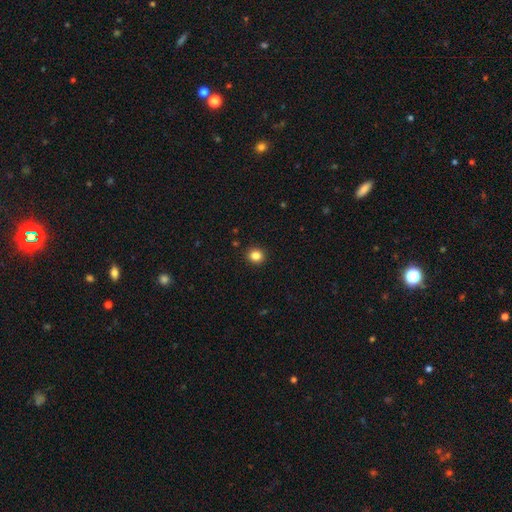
Smooth or featured: smooth — 87% (featured or disk — 8%)
How rounded: round — 79% (in between — 21%)
Merging: none — 89% (minor disturbance — 11%)